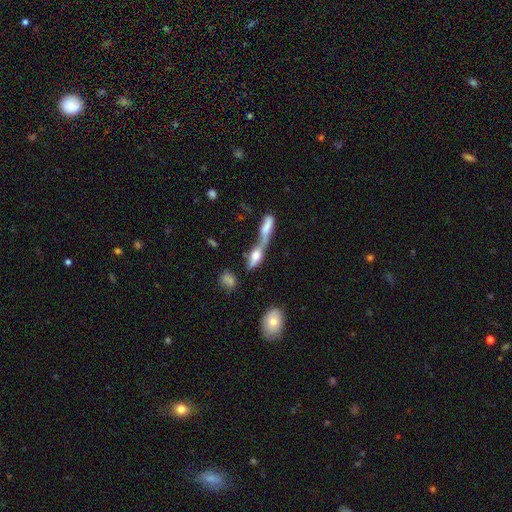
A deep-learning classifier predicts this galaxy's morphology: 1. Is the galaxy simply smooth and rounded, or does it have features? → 61% smooth, 30% featured or disk, 9% star or artifact.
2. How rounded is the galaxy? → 60% in between, 35% cigar-shaped, 6% round.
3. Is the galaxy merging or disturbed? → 74% merger, 14% none, 6% major disturbance, 6% minor disturbance.